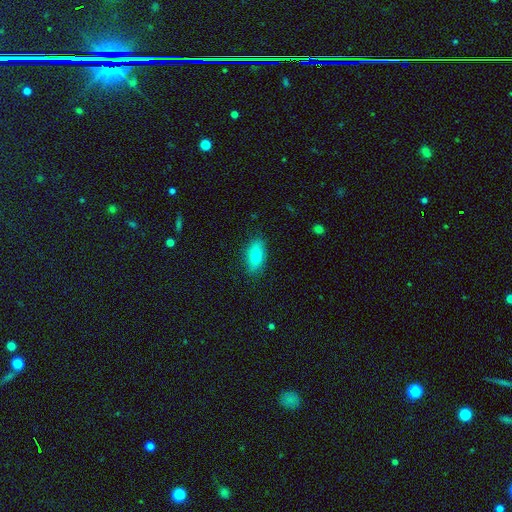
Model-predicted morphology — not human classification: A smooth galaxy with no disk features (82%) that is in between round and cigar-shaped (80%).

Vote fractions:
- Smooth or featured? smooth: 82% / featured or disk: 11% / star or artifact: 7%
- How rounded? in between: 80% / cigar-shaped: 18% / round: 3%
- Merging? none: 83% / minor disturbance: 13% / major disturbance: 3% / merger: 1%